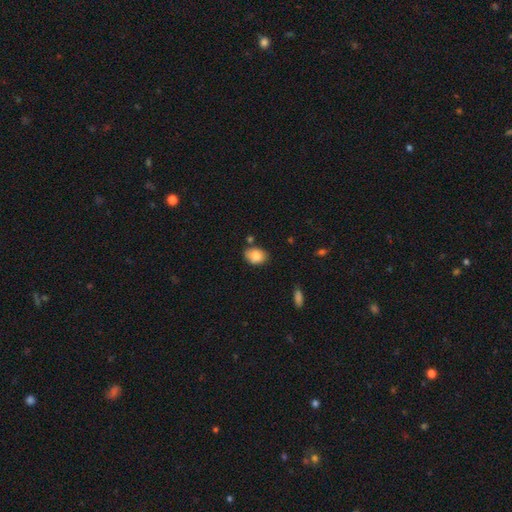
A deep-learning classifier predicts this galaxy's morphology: type=smooth (82%); roundness=in between (73%); merging=none (75%).